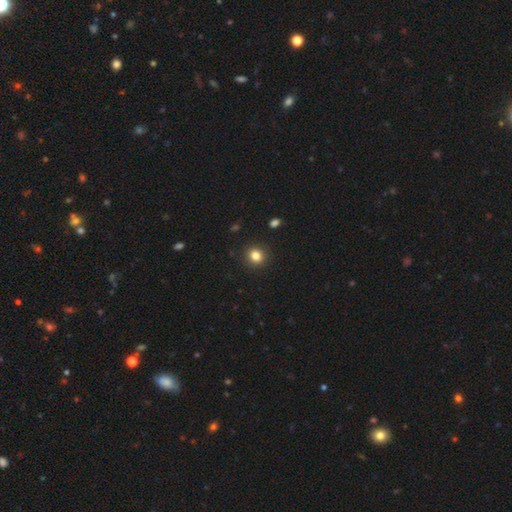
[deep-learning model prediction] A smooth galaxy with no disk features (83%) that is round (87%).

Vote fractions:
- Smooth or featured? smooth: 83% / star or artifact: 12% / featured or disk: 5%
- How rounded? round: 87% / in between: 12% / cigar-shaped: 1%
- Merging? none: 91% / minor disturbance: 6% / major disturbance: 2% / merger: 1%